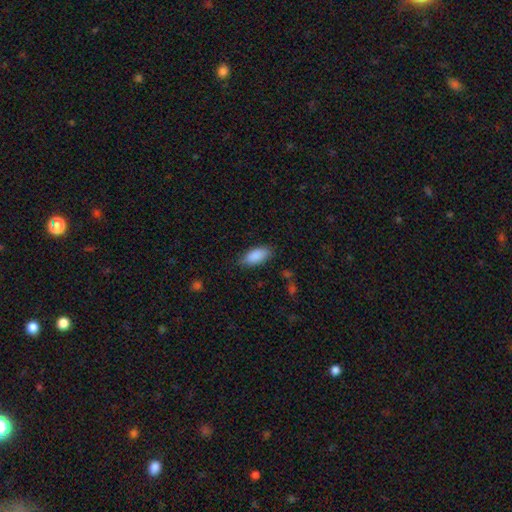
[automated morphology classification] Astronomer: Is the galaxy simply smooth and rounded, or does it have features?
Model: smooth — 89%.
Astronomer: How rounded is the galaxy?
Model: in between — 88%.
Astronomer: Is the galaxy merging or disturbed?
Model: none — 81%.